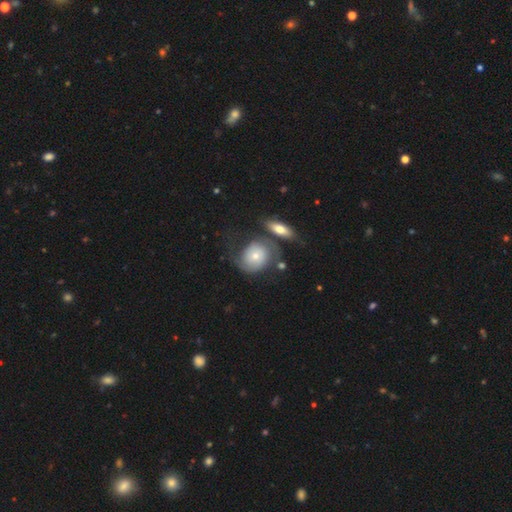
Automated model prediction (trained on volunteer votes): Q: Smooth or featured?
A: featured or disk (56%); runner-up: smooth (37%)
Q: Edge-on disk?
A: no (95%); runner-up: yes (5%)
Q: Bar?
A: no (80%); runner-up: weak (16%)
Q: Spiral arms?
A: yes (81%); runner-up: no (19%)
Q: Bulge size?
A: small (58%); runner-up: moderate (35%)
Q: Merging?
A: none (39%); runner-up: merger (22%)